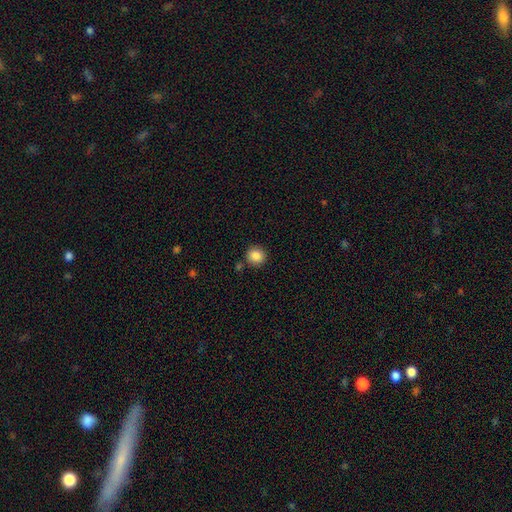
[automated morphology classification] A smooth galaxy with no disk features (87%) that is round (91%). Merging: none (86%).